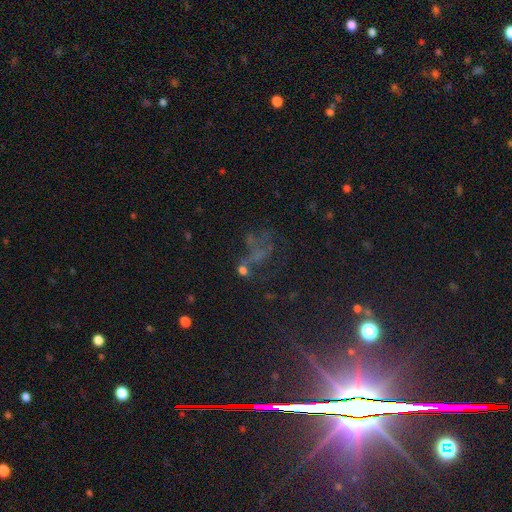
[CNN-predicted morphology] This is possibly a star or artifact rather than a galaxy (52%).